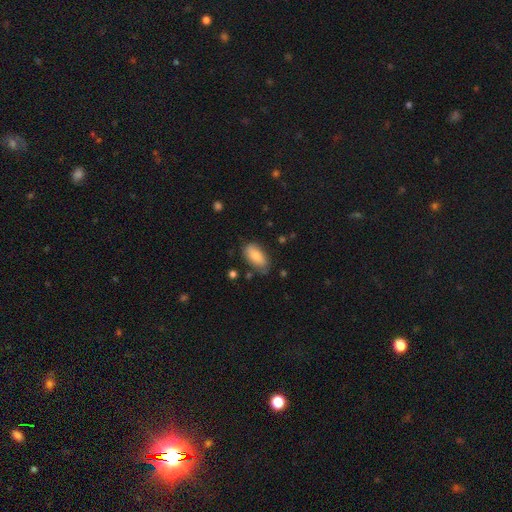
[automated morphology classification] Q: Smooth or featured?
A: smooth (80%); runner-up: featured or disk (13%)
Q: How rounded?
A: in between (90%); runner-up: cigar-shaped (7%)
Q: Merging?
A: none (74%); runner-up: minor disturbance (20%)